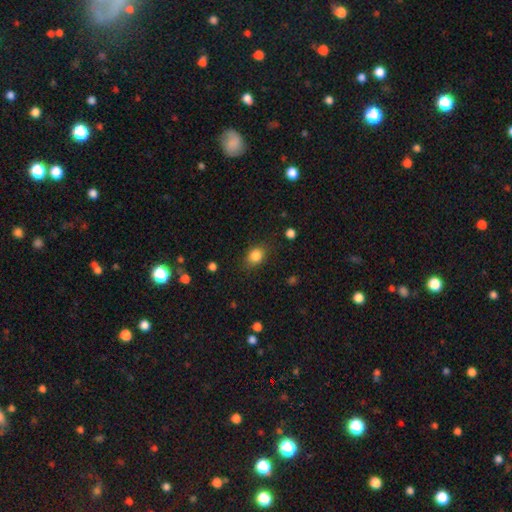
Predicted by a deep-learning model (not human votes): smooth-or-featured: smooth: 84% | star or artifact: 10% | featured or disk: 6%
  how-rounded: in between: 55% | round: 43% | cigar-shaped: 1%
  merging: none: 80% | minor disturbance: 15% | major disturbance: 4% | merger: 1%